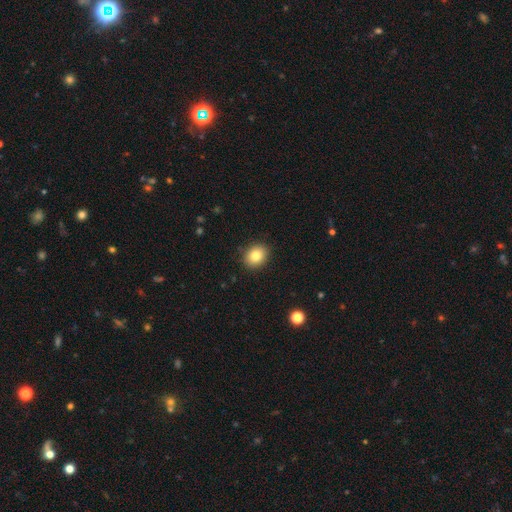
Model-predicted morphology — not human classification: Smooth or featured: smooth — 83% (star or artifact — 9%)
How rounded: in between — 50% (tied with round — 50%)
Merging: none — 89% (minor disturbance — 8%)